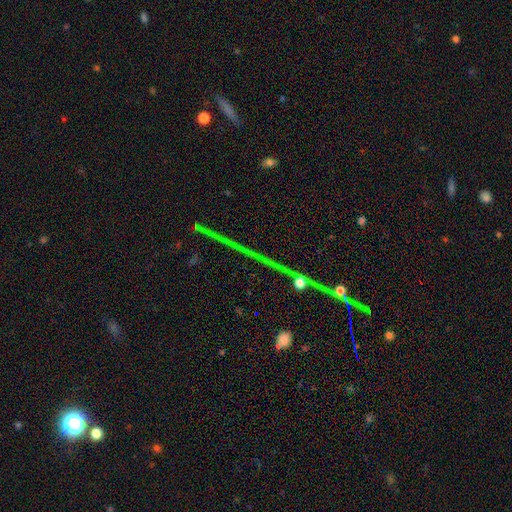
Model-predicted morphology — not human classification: Smooth or featured?
  - star or artifact: 74% *
  - featured or disk: 15%
  - smooth: 12%